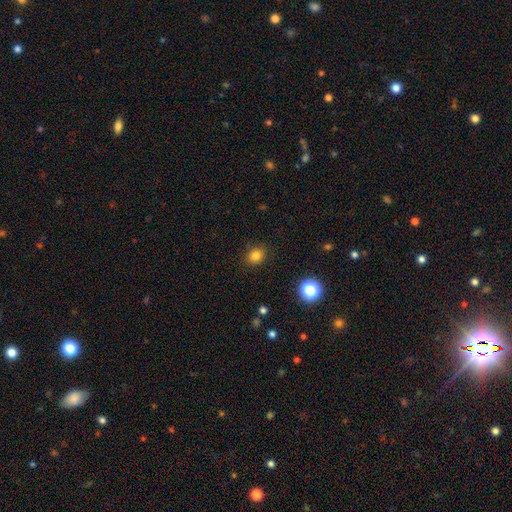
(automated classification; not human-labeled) Morphology: type=smooth (81%); roundness=round (71%); merging=none (87%).